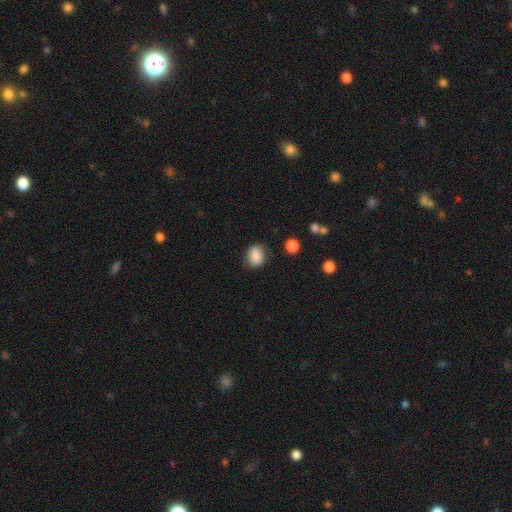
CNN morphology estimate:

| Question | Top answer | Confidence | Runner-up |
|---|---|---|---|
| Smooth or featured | smooth | 86% | star or artifact (8%) |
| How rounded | in between | 60% | round (39%) |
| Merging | none | 77% | minor disturbance (17%) |